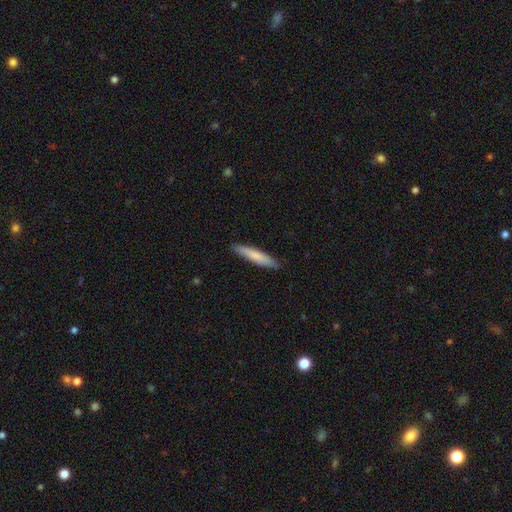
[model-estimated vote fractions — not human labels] Smooth or featured: smooth — 76% (featured or disk — 19%)
How rounded: cigar-shaped — 90% (in between — 9%)
Merging: none — 88% (minor disturbance — 9%)